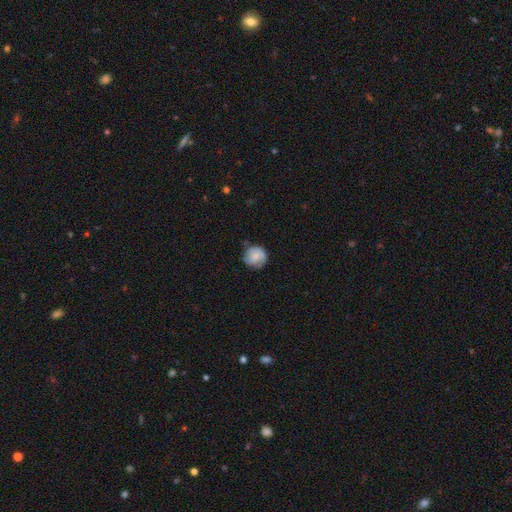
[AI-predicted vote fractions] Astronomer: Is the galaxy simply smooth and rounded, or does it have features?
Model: smooth — 49% (runner-up: featured or disk, 44%).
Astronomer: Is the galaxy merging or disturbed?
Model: none — 67%.